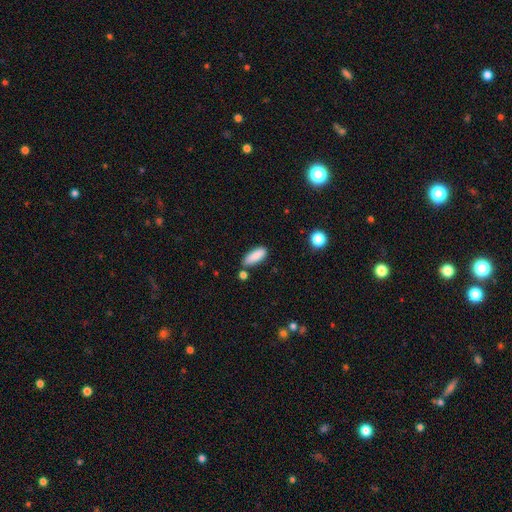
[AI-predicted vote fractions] smooth_or_featured: smooth (p=0.88) [alt: star or artifact p=0.07]
how_rounded: in between (p=0.71) [alt: cigar-shaped p=0.27]
merging: none (p=0.74) [alt: minor disturbance p=0.16]